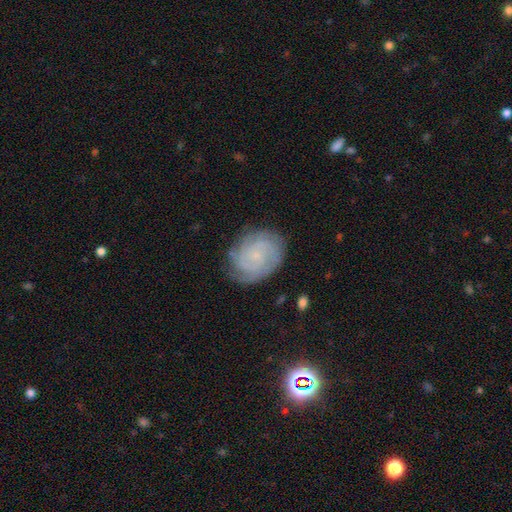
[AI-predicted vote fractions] featured or disk 81%, smooth 12%, star or artifact 7%. Down the decision tree: edge-on disk — no (98%); bar — no (77%); spiral arms — yes (97%); spiral arm count — 3 (28%); spiral winding — tight (77%); bulge size — small (81%); merging — none (80%).